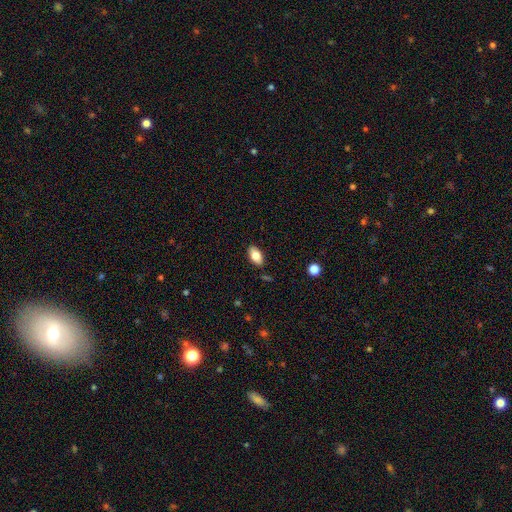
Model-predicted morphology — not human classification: smooth 79%, featured or disk 13%, star or artifact 8%. Down the decision tree: how rounded — in between (91%); merging — none (85%).